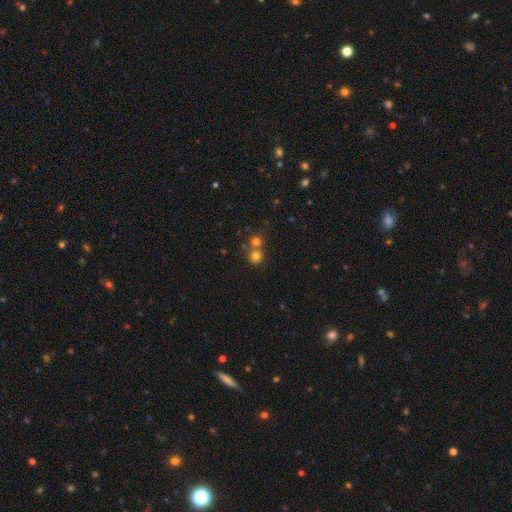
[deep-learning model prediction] The model was most divided on "merging": none: 50%, merger: 42%, minor disturbance: 5%, major disturbance: 2%. More confident: how rounded — round (89%); smooth or featured — smooth (75%).